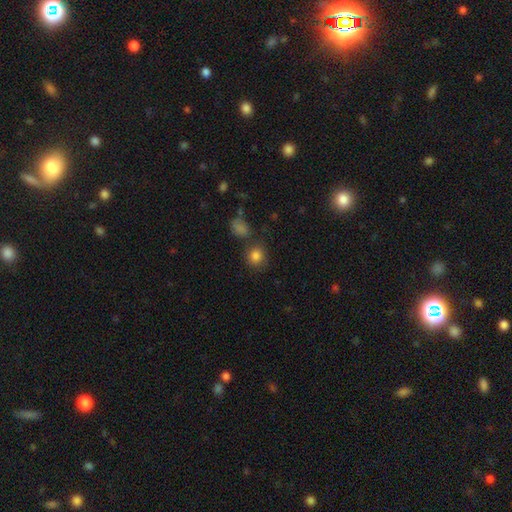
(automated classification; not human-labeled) Overall: smooth (83%). How rounded: round (80%). Merging: none (73%).